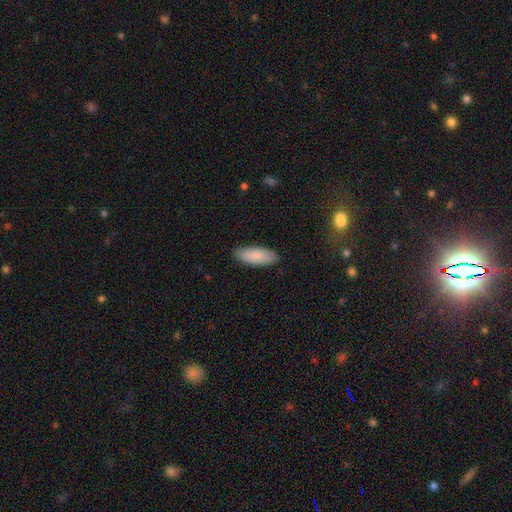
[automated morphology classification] A smooth galaxy with no disk features (88%) that is in between round and cigar-shaped (79%). Merging: none (87%).